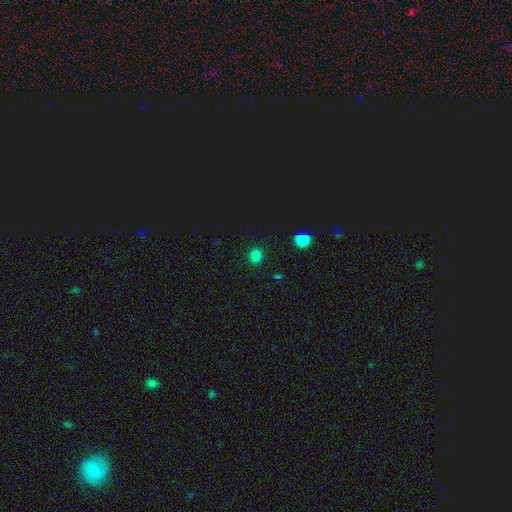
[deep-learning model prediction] Smooth or featured: smooth — 79% (star or artifact — 18%)
How rounded: round — 82% (in between — 17%)
Merging: none — 89% (minor disturbance — 7%)